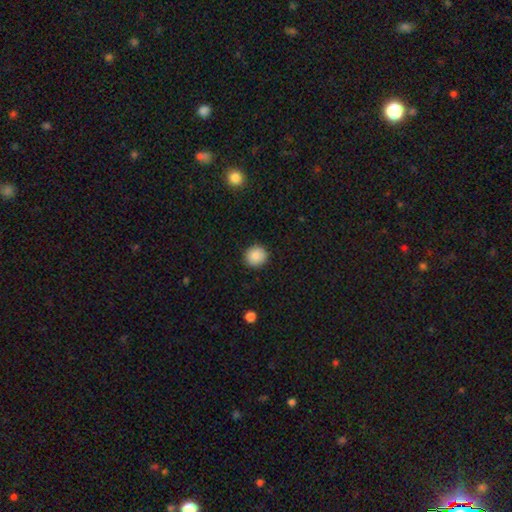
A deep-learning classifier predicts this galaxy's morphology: smooth-or-featured: smooth: 88% | star or artifact: 8% | featured or disk: 4%
  how-rounded: round: 91% | in between: 8% | cigar-shaped: 1%
  merging: none: 91% | minor disturbance: 6% | major disturbance: 2% | merger: 1%